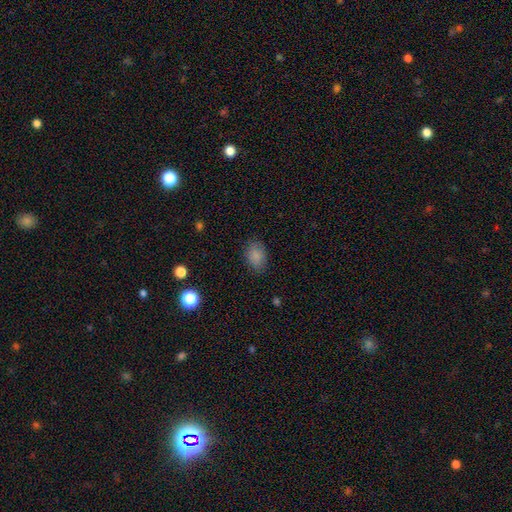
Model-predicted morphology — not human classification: A smooth galaxy with no disk features (85%) that is in between round and cigar-shaped (79%). Merging: none (81%).